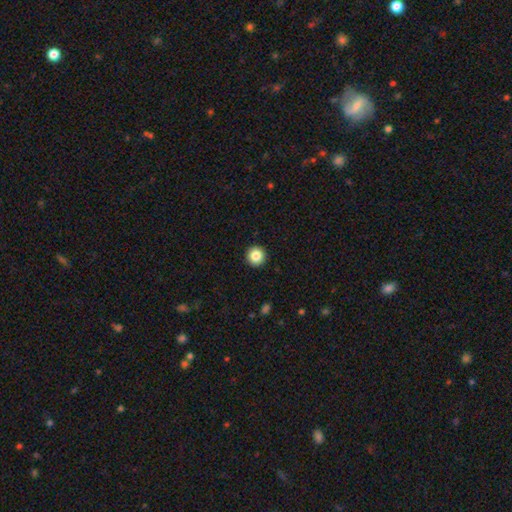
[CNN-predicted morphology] smooth-or-featured: smooth: 85% | star or artifact: 9% | featured or disk: 5%
  how-rounded: round: 95% | in between: 4% | cigar-shaped: 1%
  merging: none: 93% | minor disturbance: 4% | major disturbance: 1% | merger: 1%